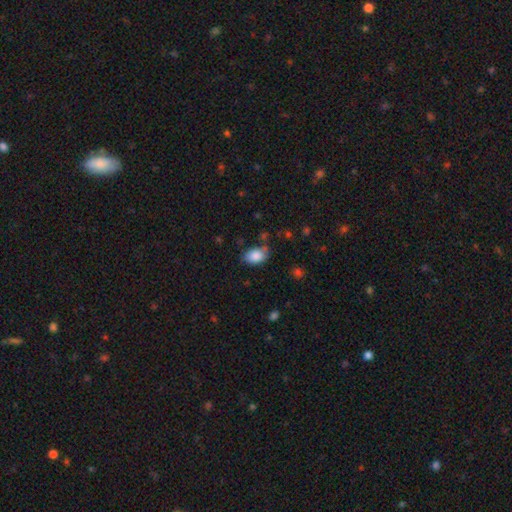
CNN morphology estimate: A smooth galaxy with no disk features (87%) that is in between round and cigar-shaped (86%).

Vote fractions:
- Smooth or featured? smooth: 87% / star or artifact: 7% / featured or disk: 6%
- How rounded? in between: 86% / round: 13% / cigar-shaped: 1%
- Merging? none: 71% / minor disturbance: 20% / major disturbance: 5% / merger: 4%